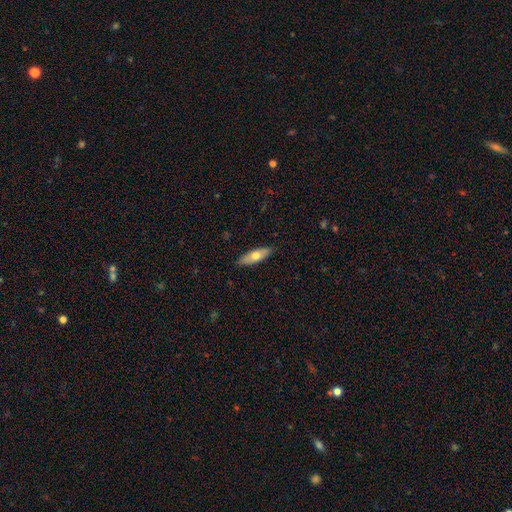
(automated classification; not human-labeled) Morphology: type=smooth (64%); roundness=in between (58%); merging=none (87%).